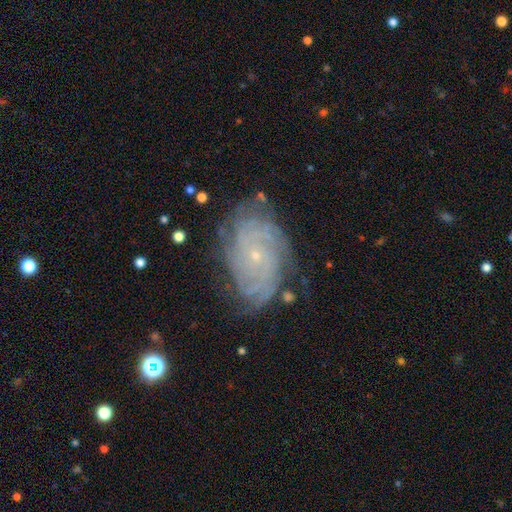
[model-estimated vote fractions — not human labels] Smooth or featured? Predicted: featured or disk (p=0.81). Edge-on disk? Predicted: no (p=0.96). Bar? Predicted: no (p=0.82). Spiral arms? Predicted: yes (p=0.94). Spiral winding? Predicted: tight (p=0.74). Spiral arm count? Predicted: can't tell (p=0.37). Bulge size? Predicted: small (p=0.87). Merging? Predicted: none (p=0.72).